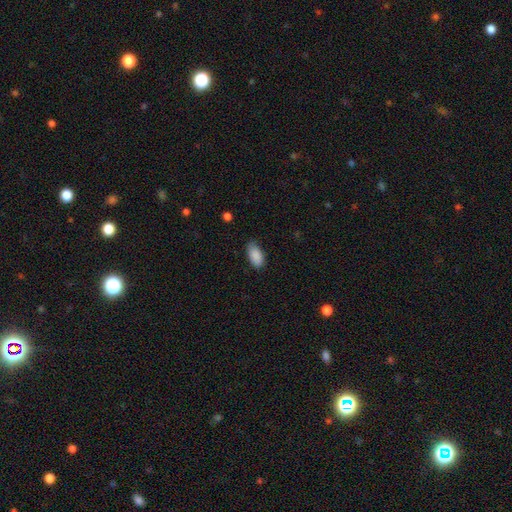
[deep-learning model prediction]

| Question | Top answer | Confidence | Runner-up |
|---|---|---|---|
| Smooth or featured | smooth | 89% | star or artifact (7%) |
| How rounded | in between | 94% | cigar-shaped (4%) |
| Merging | none | 75% | minor disturbance (21%) |